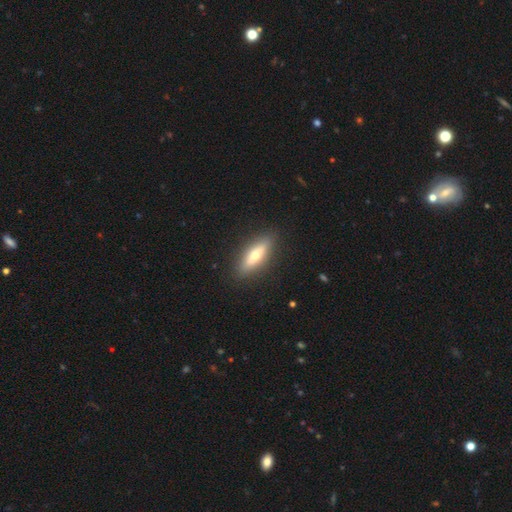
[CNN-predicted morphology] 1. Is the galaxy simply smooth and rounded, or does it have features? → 50% smooth, 43% featured or disk, 6% star or artifact.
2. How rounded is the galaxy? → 53% cigar-shaped, 44% in between, 3% round.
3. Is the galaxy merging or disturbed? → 89% none, 8% minor disturbance, 2% major disturbance, 1% merger.